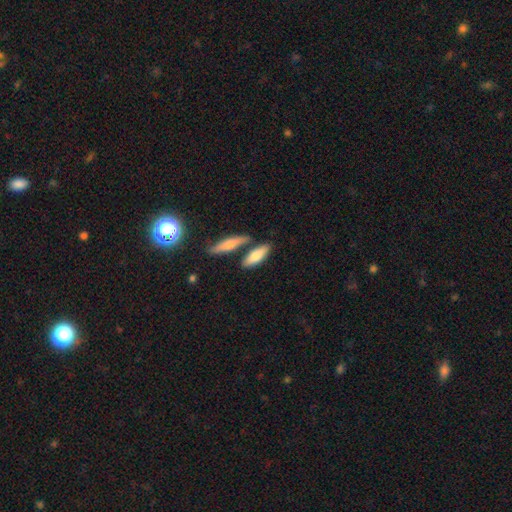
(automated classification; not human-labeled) A smooth galaxy with no disk features (76%) that is in between round and cigar-shaped (64%).

Vote fractions:
- Smooth or featured? smooth: 76% / featured or disk: 18% / star or artifact: 6%
- How rounded? in between: 64% / cigar-shaped: 34% / round: 3%
- Merging? none: 64% / merger: 21% / minor disturbance: 12% / major disturbance: 3%